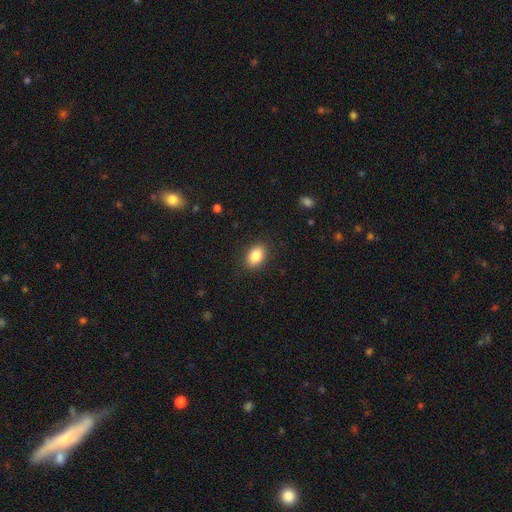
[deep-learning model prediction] Smooth or featured?
  - smooth: 86% *
  - star or artifact: 8%
  - featured or disk: 6%
How rounded?
  - in between: 83% *
  - round: 16%
  - cigar-shaped: 1%
Merging?
  - none: 88% *
  - minor disturbance: 9%
  - major disturbance: 3%
  - merger: 1%